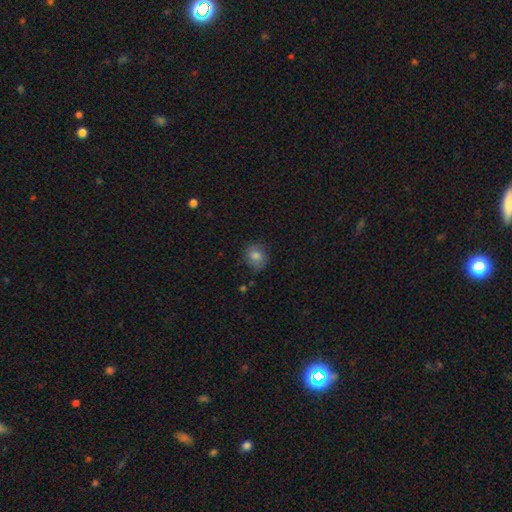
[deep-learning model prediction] Smooth or featured: smooth — 79% (featured or disk — 11%)
How rounded: round — 74% (in between — 25%)
Merging: none — 79% (minor disturbance — 16%)